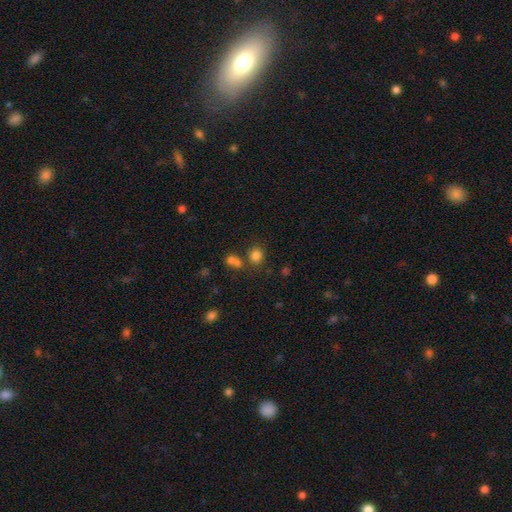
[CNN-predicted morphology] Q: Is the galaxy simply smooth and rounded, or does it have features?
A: smooth — 79%.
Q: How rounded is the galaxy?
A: round — 79%.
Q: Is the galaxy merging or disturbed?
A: none — 68%.